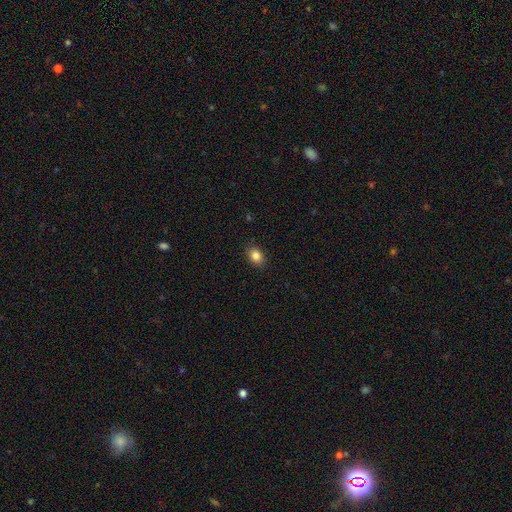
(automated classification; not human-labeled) A smooth galaxy with no disk features (85%) that is in between round and cigar-shaped (67%). Merging: none (88%).